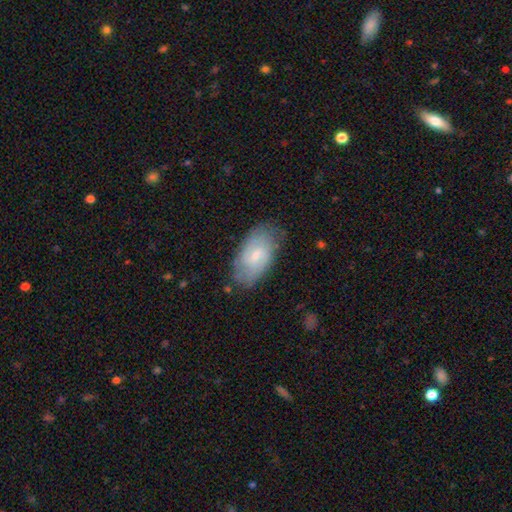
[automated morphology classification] type=featured or disk (51%); edge-on=no (94%); merging=none (73%).